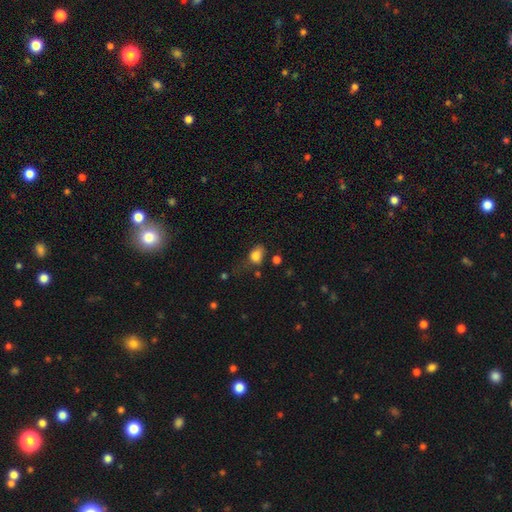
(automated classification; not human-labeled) smooth-or-featured: smooth: 82% | star or artifact: 10% | featured or disk: 8%
  how-rounded: in between: 74% | round: 24% | cigar-shaped: 2%
  merging: none: 39% | minor disturbance: 33% | major disturbance: 23% | merger: 5%